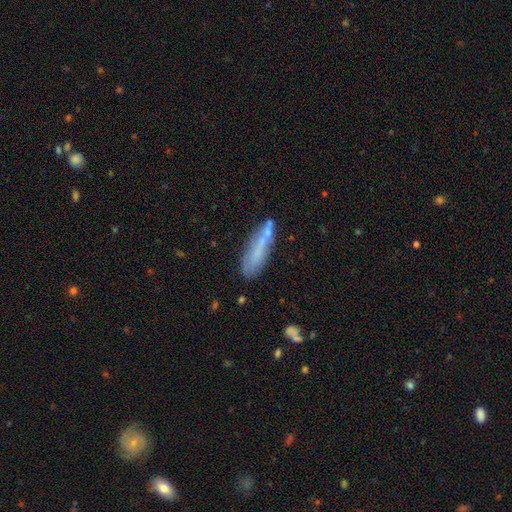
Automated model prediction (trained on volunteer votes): Smooth or featured? smooth (61%)
How rounded? cigar-shaped (59%)
Merging? none (52%)